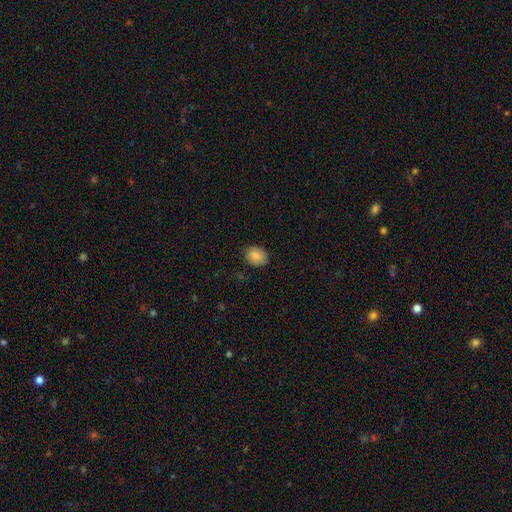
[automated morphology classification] Smooth or featured: smooth — 86% (star or artifact — 8%)
How rounded: round — 51% (in between — 48%)
Merging: none — 80% (minor disturbance — 16%)